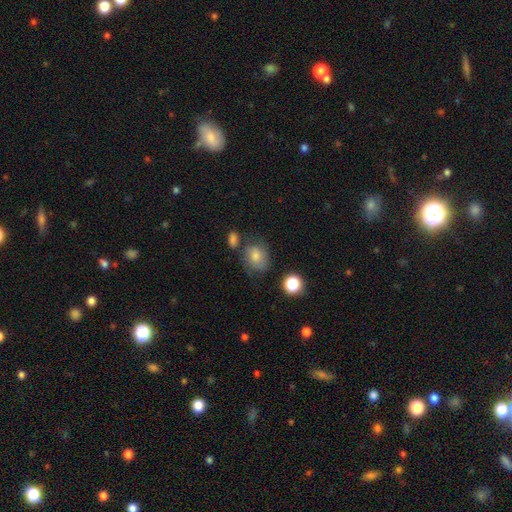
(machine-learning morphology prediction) Smooth or featured? Predicted: smooth (p=0.69). How rounded? Predicted: round (p=0.59). Merging? Predicted: none (p=0.60).